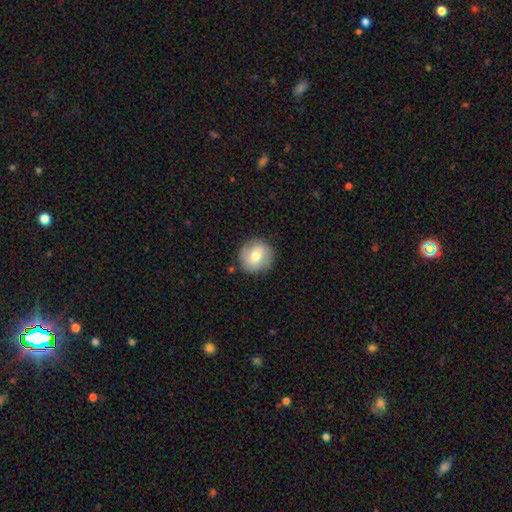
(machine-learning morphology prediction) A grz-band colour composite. It shows a smooth galaxy with no disk features (69%) that is round (89%). Merging: none (85%).